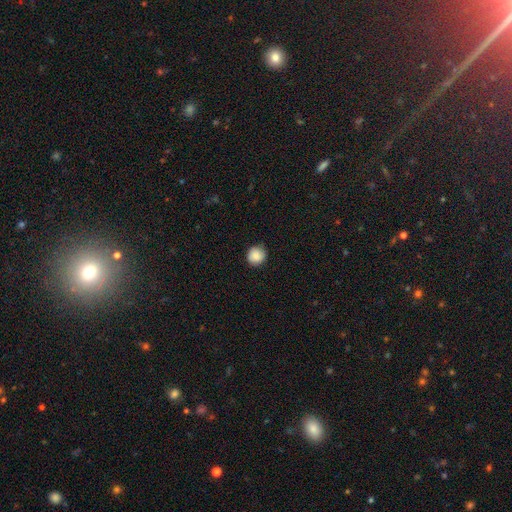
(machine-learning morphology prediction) This appears to be a smooth galaxy with no disk features (88%) that is round (92%). Merging: none (85%).